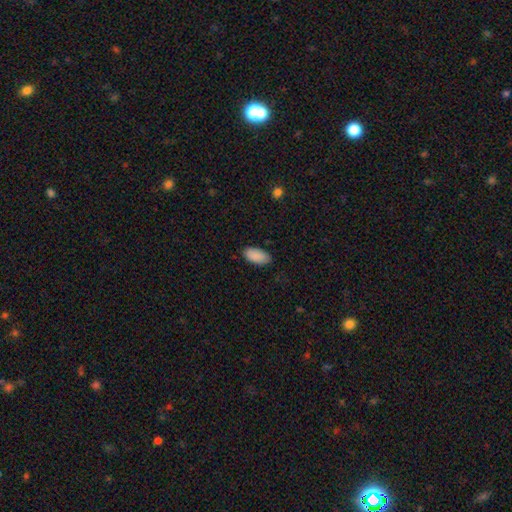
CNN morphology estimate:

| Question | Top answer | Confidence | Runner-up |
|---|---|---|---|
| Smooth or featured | smooth | 90% | star or artifact (6%) |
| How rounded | in between | 94% | cigar-shaped (3%) |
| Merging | none | 86% | minor disturbance (10%) |